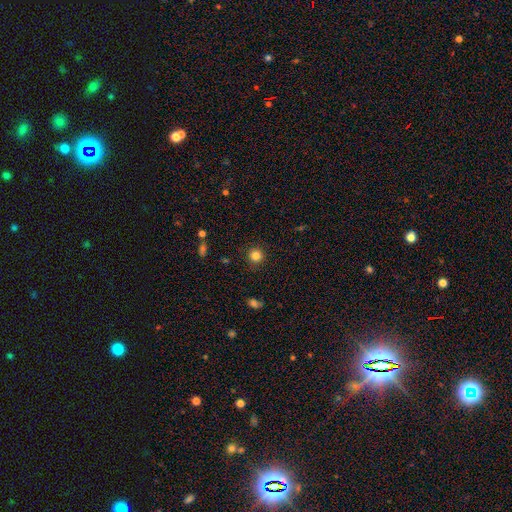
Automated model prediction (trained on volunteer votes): Smooth or featured? Predicted: smooth (p=0.83). How rounded? Predicted: round (p=0.94). Merging? Predicted: none (p=0.90).